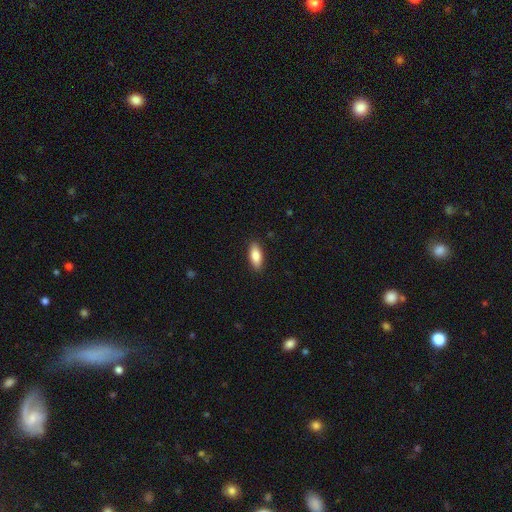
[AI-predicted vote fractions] smooth 84%, featured or disk 10%, star or artifact 6%. Down the decision tree: how rounded — in between (79%); merging — none (89%).